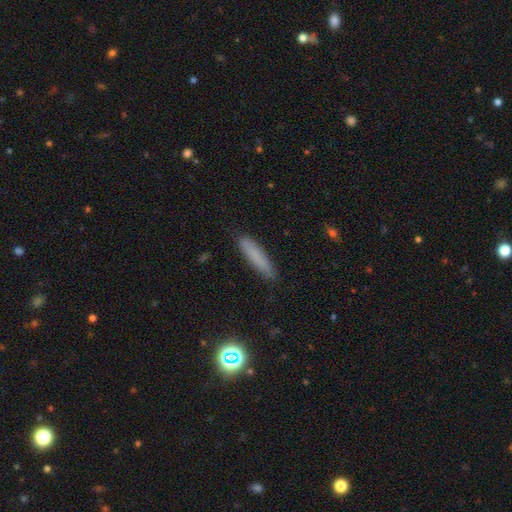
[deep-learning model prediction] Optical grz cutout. It shows a smooth galaxy with no disk features (78%) that is cigar-shaped (86%). Merging: none (87%).